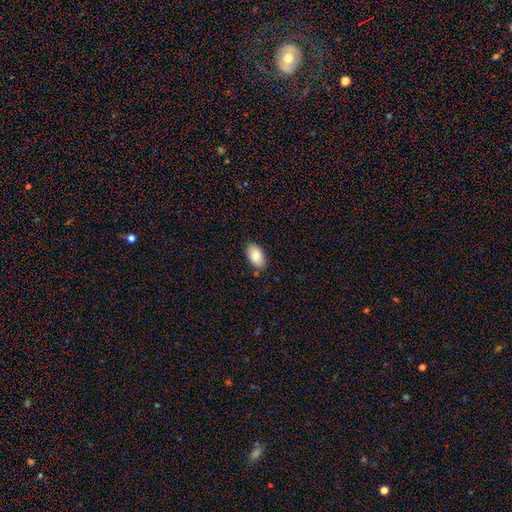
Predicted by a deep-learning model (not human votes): This is clearly a smooth galaxy (83%). How rounded: clearly in between (94%). Merging: clearly none (83%).